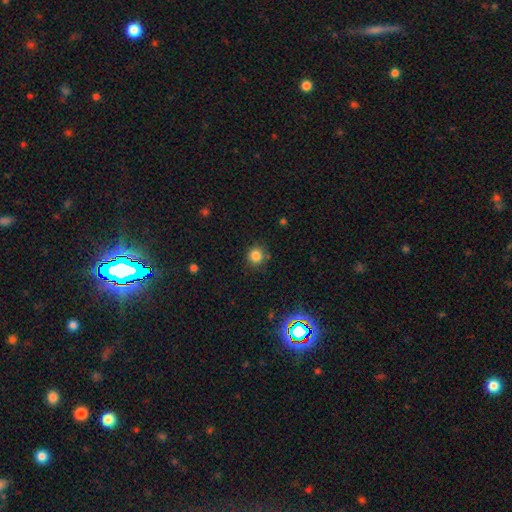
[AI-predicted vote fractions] A smooth galaxy with no disk features (82%) that is round (91%). Merging: none (84%).